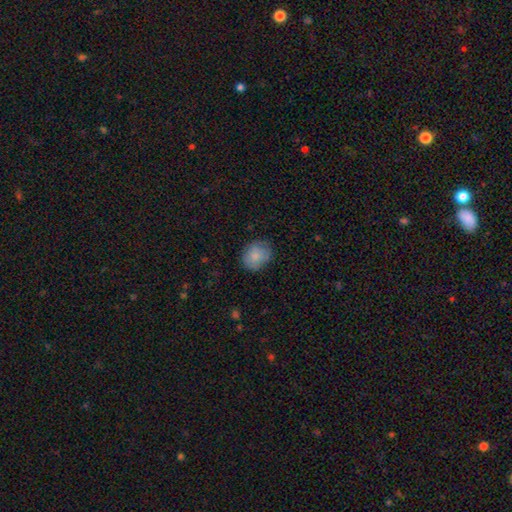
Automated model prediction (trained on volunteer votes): Smooth or featured?
  - smooth: 83% *
  - featured or disk: 9%
  - star or artifact: 7%
How rounded?
  - round: 54% *
  - in between: 45%
  - cigar-shaped: 1%
Merging?
  - none: 74% *
  - minor disturbance: 20%
  - major disturbance: 5%
  - merger: 1%